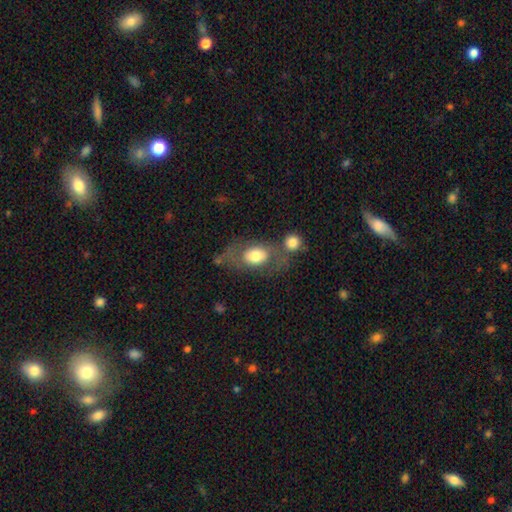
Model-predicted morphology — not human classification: Overall: smooth (68%). How rounded: in between (75%). Merging: none (48%; merger 20%).